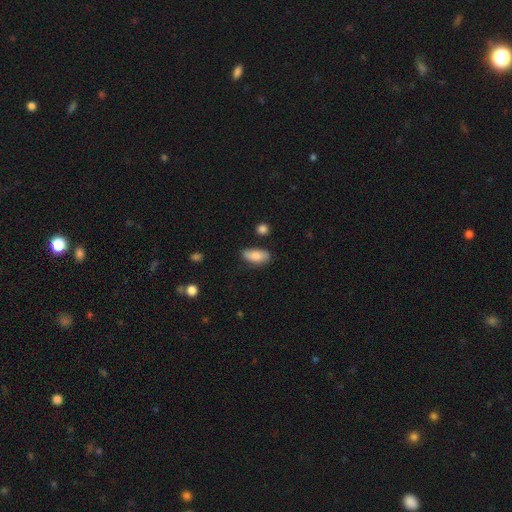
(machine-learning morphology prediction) This is clearly a smooth galaxy (83%). How rounded: clearly in between (90%). Merging: likely none (71%).